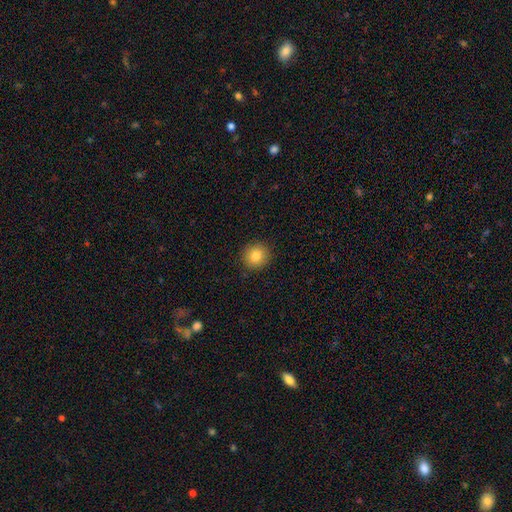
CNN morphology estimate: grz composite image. It shows a smooth galaxy with no disk features (83%) that is round (89%). Merging: none (91%).